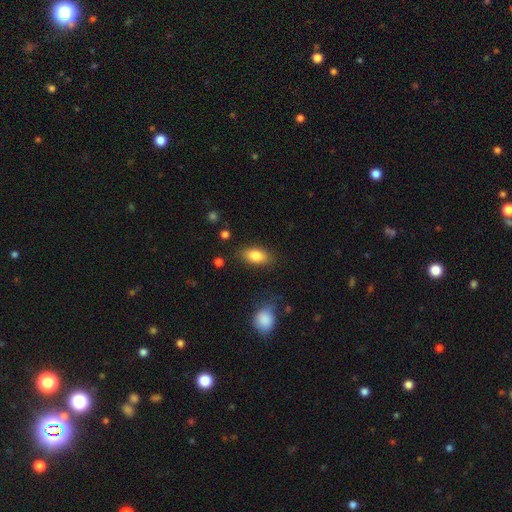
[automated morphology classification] smooth_or_featured: smooth (p=0.83) [alt: featured or disk p=0.09]
how_rounded: in between (p=0.89) [alt: cigar-shaped p=0.06]
merging: none (p=0.83) [alt: minor disturbance p=0.12]